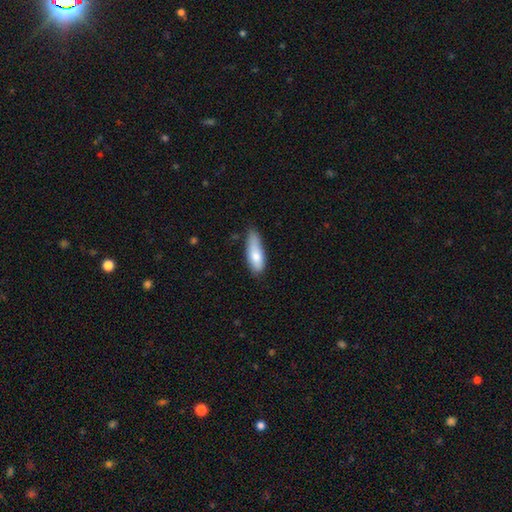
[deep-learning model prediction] Smooth or featured: smooth — 79% (featured or disk — 15%)
How rounded: in between — 60% (cigar-shaped — 38%)
Merging: none — 56% (minor disturbance — 35%)